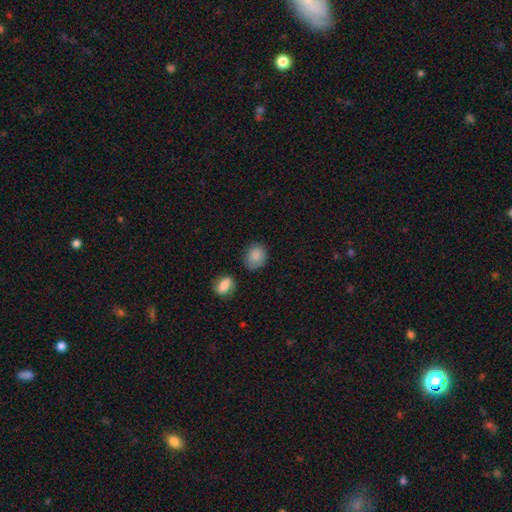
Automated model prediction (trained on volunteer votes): Smooth or featured? smooth (86%)
How rounded? round (58%)
Merging? none (73%)